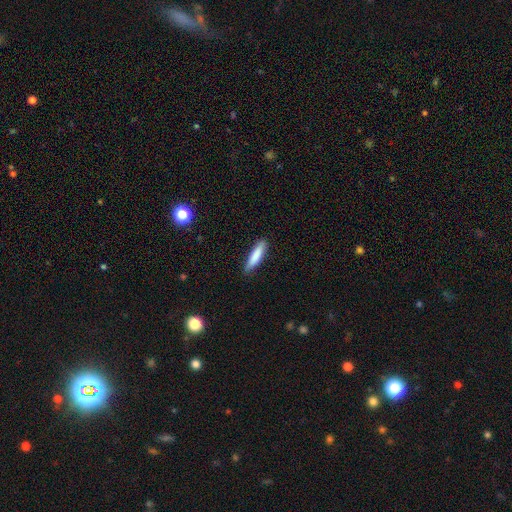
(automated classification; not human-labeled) Morphology: type=smooth (83%); roundness=cigar-shaped (79%); merging=none (84%).